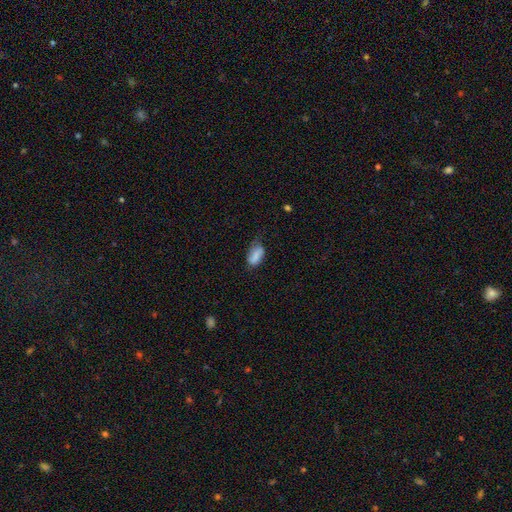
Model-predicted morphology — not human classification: Smooth or featured: smooth — 77% (featured or disk — 15%)
How rounded: in between — 90% (cigar-shaped — 6%)
Merging: none — 44% (minor disturbance — 38%)